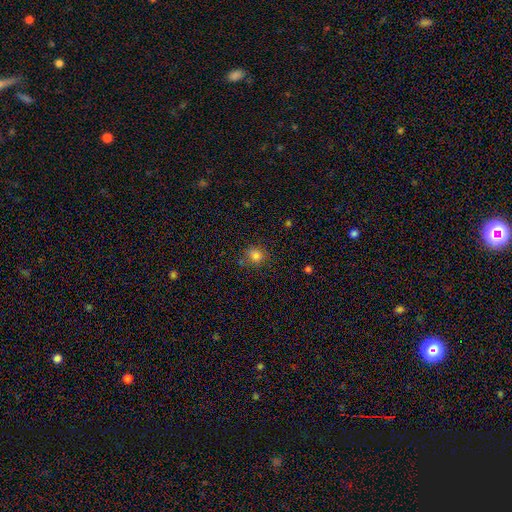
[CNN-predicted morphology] smooth_or_featured: smooth (p=0.80) [alt: star or artifact p=0.14]
how_rounded: round (p=0.78) [alt: in between p=0.21]
merging: none (p=0.76) [alt: minor disturbance p=0.16]